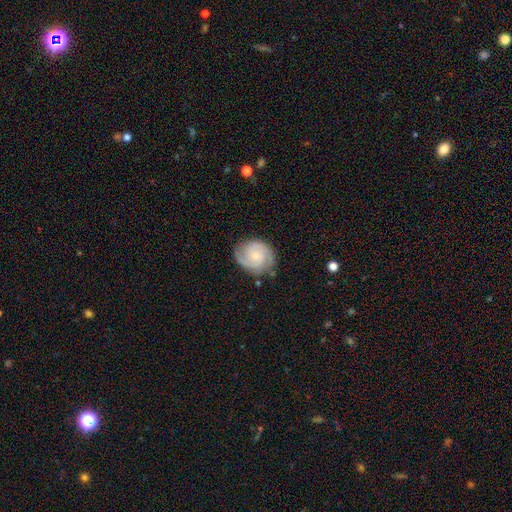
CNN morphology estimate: smooth_or_featured: featured or disk (p=0.85) [alt: smooth p=0.10]
disk_edge_on: no (p=0.98) [alt: yes p=0.02]
bar: no (p=0.67) [alt: weak p=0.29]
has_spiral_arms: yes (p=0.97) [alt: no p=0.03]
spiral_winding: tight (p=0.55) [alt: medium p=0.39]
spiral_arm_count: 2 (p=0.68) [alt: 3 p=0.17]
bulge_size: small (p=0.66) [alt: moderate p=0.30]
merging: none (p=0.80) [alt: minor disturbance p=0.15]